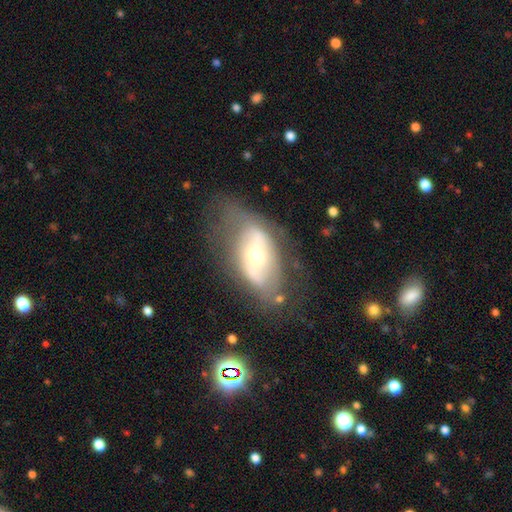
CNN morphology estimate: This appears to be a featured or disk galaxy (64%) with no bar (44%), no spiral arms (51%) and a moderate central bulge (48%). Merging: none (47%).